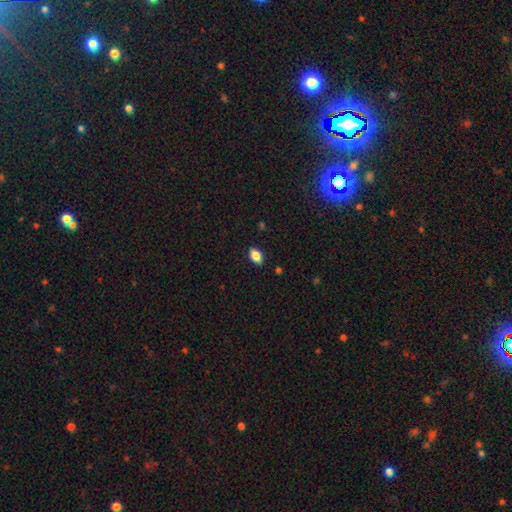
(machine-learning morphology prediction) Smooth or featured: smooth — 86% (star or artifact — 9%)
How rounded: in between — 90% (round — 7%)
Merging: none — 87% (minor disturbance — 10%)